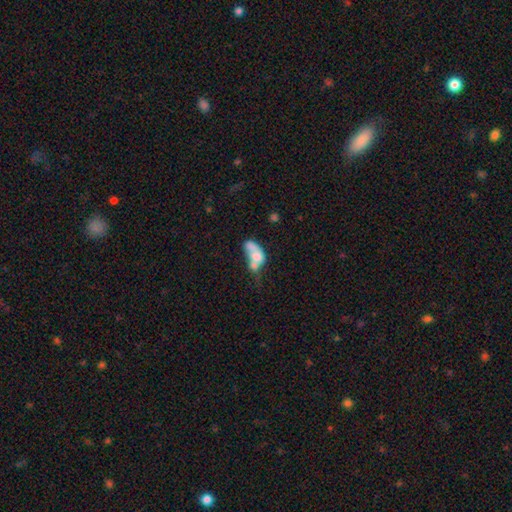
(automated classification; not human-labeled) Morphology: type=smooth (57%); roundness=in between (84%); merging=merger (55%).